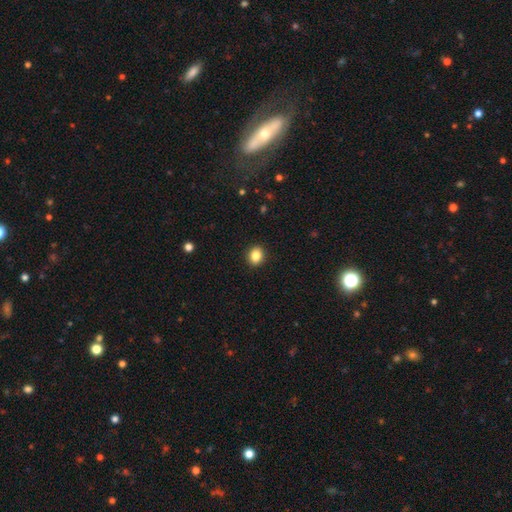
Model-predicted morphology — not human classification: A smooth galaxy with no disk features (85%) that is round (58%). Merging: none (92%).